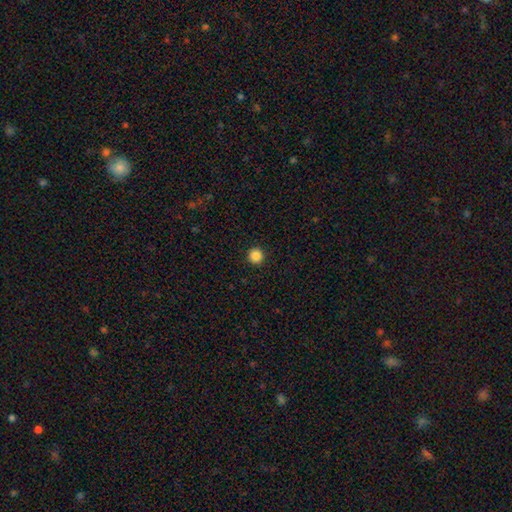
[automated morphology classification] smooth_or_featured: smooth (p=0.86) [alt: star or artifact p=0.11]
how_rounded: round (p=0.96) [alt: in between p=0.03]
merging: none (p=0.93) [alt: minor disturbance p=0.04]